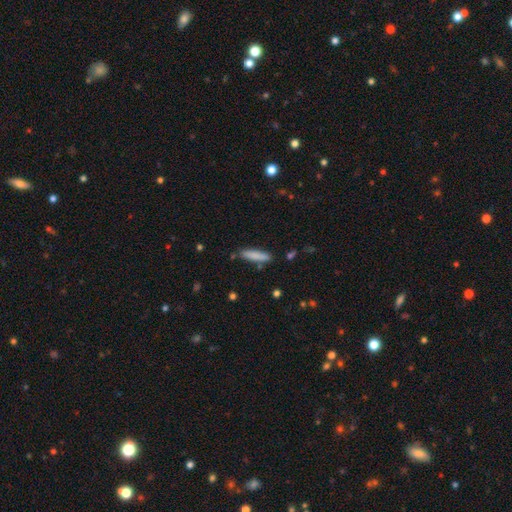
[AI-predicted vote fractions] Q: Smooth or featured?
A: smooth (83%); runner-up: featured or disk (10%)
Q: How rounded?
A: cigar-shaped (81%); runner-up: in between (17%)
Q: Merging?
A: none (82%); runner-up: minor disturbance (12%)